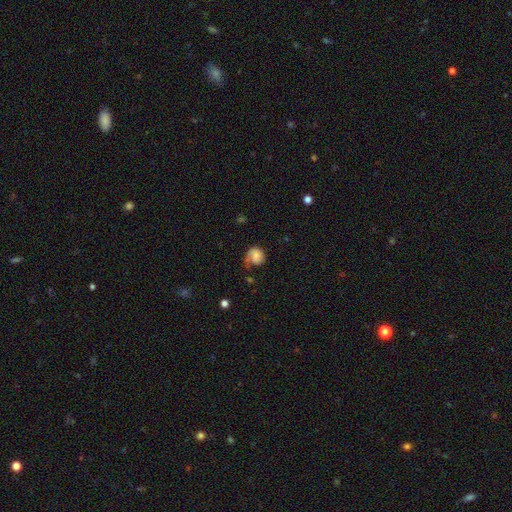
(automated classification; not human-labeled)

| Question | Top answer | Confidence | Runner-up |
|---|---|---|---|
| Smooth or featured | smooth | 59% | featured or disk (32%) |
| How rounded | round | 70% | in between (29%) |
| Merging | none | 39% | major disturbance (29%) |